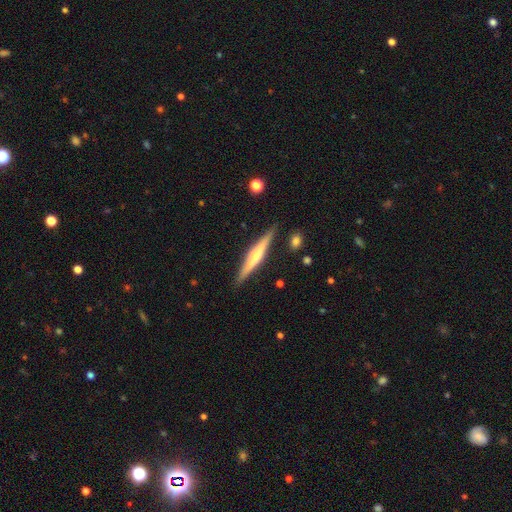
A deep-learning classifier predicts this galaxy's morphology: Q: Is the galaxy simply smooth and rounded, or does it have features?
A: featured or disk — 63%.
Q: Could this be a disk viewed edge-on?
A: yes — 97%.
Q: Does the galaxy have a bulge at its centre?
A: rounded — 71%.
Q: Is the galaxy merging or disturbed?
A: none — 88%.